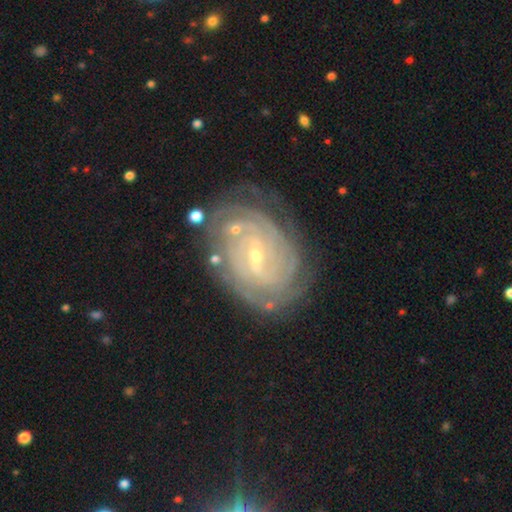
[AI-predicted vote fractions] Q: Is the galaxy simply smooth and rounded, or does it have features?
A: featured or disk — 89%.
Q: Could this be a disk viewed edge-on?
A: no — 97%.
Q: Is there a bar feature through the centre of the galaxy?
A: weak — 50%.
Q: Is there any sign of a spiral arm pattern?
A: yes — 97%.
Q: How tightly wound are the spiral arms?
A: tight — 80%.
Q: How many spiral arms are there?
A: can't tell — 28%.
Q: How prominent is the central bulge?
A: small — 74%.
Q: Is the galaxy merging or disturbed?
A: none — 75%.